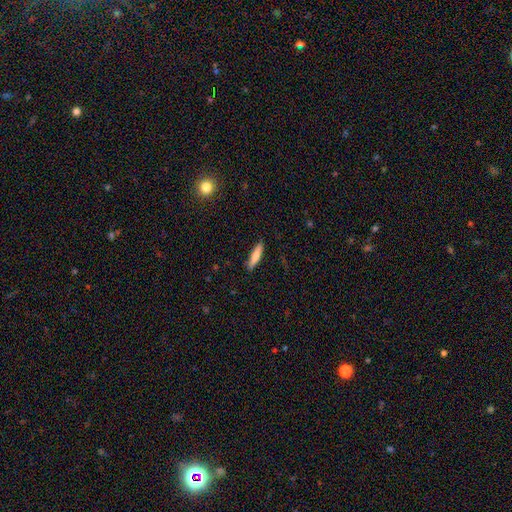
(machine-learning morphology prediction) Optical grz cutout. It shows a smooth galaxy with no disk features (75%) that is cigar-shaped (82%). Merging: none (88%).